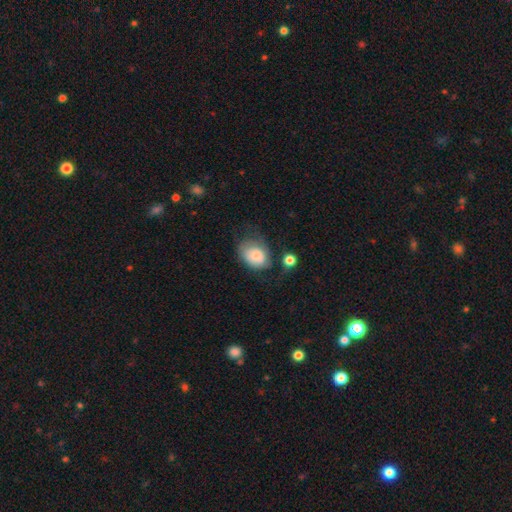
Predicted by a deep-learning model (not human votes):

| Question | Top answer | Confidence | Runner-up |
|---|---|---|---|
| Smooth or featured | smooth | 77% | featured or disk (15%) |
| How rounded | in between | 70% | round (29%) |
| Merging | none | 42% | minor disturbance (30%) |